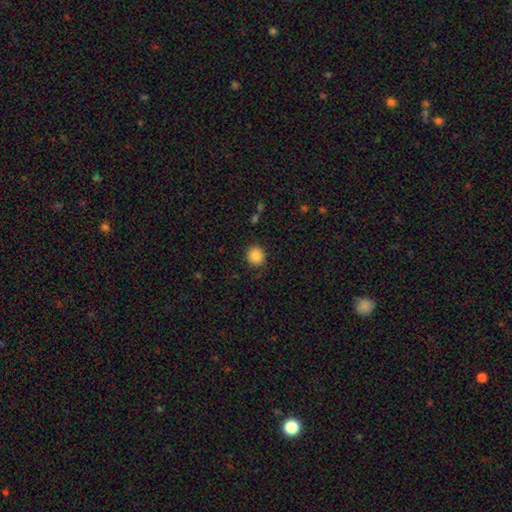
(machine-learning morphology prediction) type=smooth (87%); roundness=round (87%); merging=none (89%).